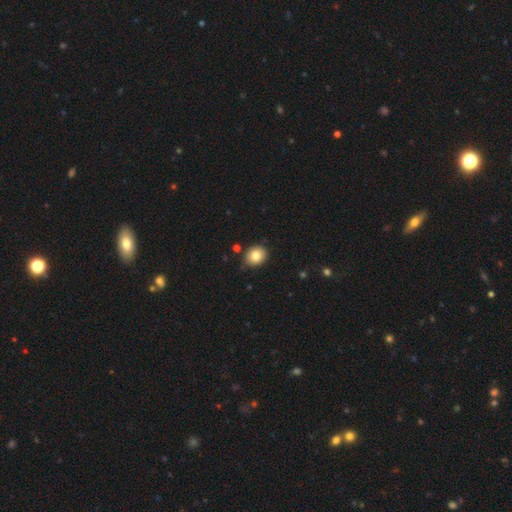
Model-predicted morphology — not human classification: smooth_or_featured: smooth (p=0.81) [alt: star or artifact p=0.10]
how_rounded: round (p=0.67) [alt: in between p=0.33]
merging: none (p=0.82) [alt: minor disturbance p=0.14]